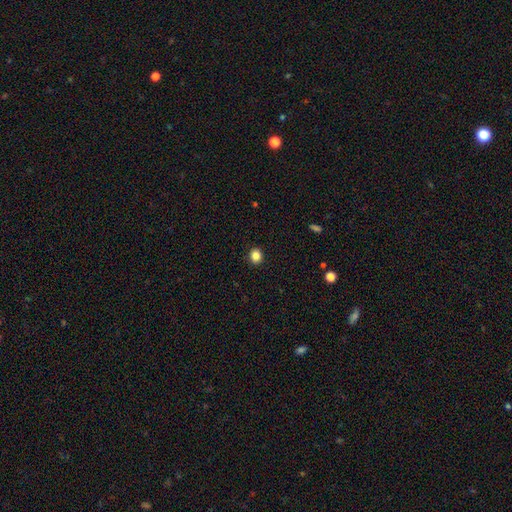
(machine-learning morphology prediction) Smooth or featured? smooth (85%)
How rounded? round (75%)
Merging? none (92%)